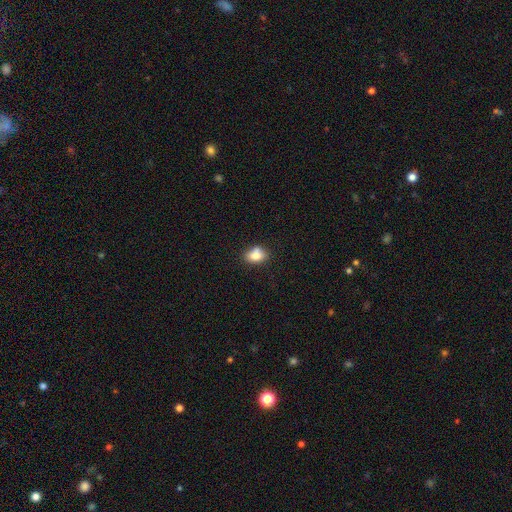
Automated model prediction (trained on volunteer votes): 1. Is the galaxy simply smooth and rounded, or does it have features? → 79% smooth, 11% featured or disk, 10% star or artifact.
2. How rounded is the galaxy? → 64% in between, 35% round, 1% cigar-shaped.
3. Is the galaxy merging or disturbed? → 59% none, 22% minor disturbance, 13% merger, 5% major disturbance.